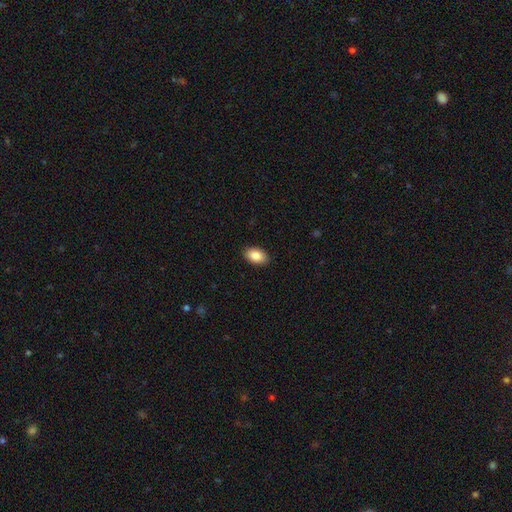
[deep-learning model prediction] Q: Smooth or featured?
A: smooth (86%); runner-up: star or artifact (7%)
Q: How rounded?
A: in between (92%); runner-up: round (7%)
Q: Merging?
A: none (90%); runner-up: minor disturbance (7%)